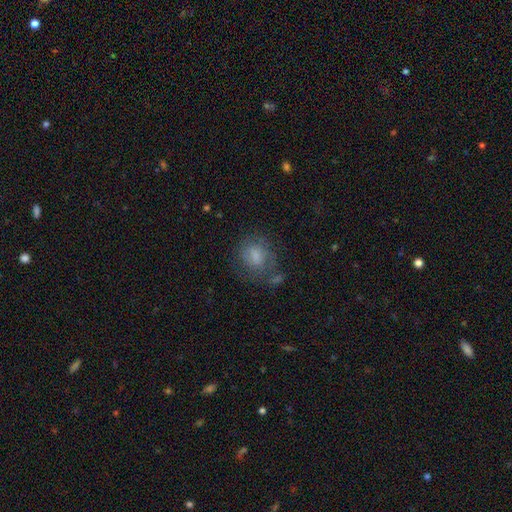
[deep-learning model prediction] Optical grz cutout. It shows a smooth galaxy with no disk features (65%) that is round (54%). Merging: none (50%).